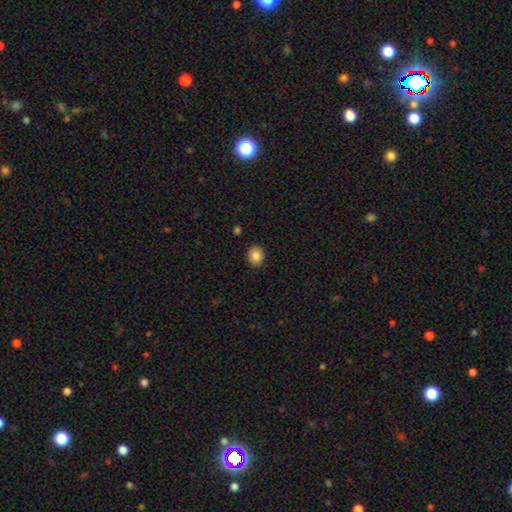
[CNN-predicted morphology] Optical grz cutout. It shows a smooth galaxy with no disk features (86%) that is round (66%). Merging: none (90%).